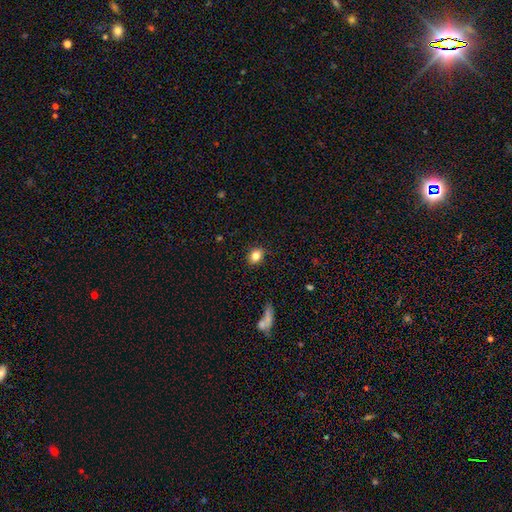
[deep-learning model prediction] This is clearly a smooth galaxy (82%). How rounded: possibly round (57%). Merging: clearly none (88%).